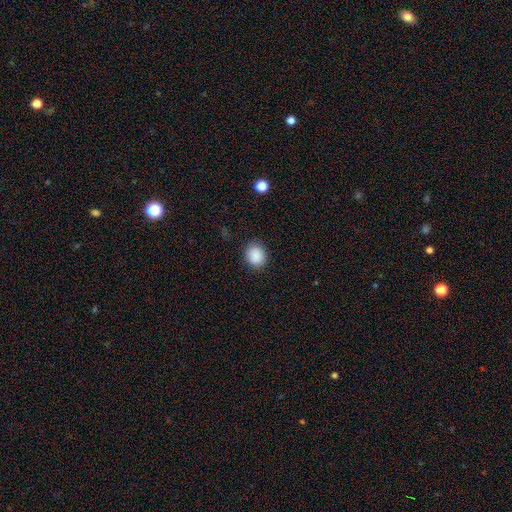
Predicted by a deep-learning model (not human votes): Smooth or featured? smooth (89%)
How rounded? round (67%)
Merging? none (86%)